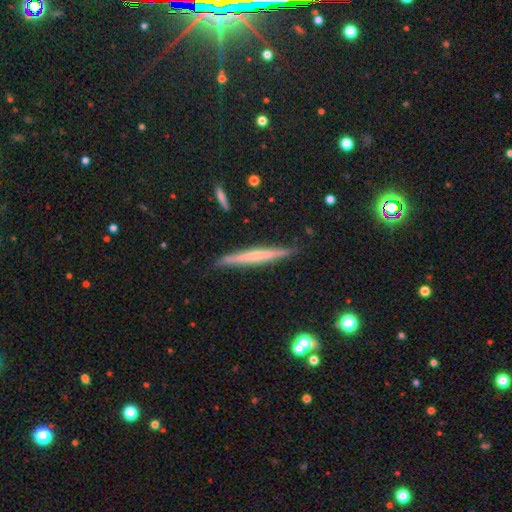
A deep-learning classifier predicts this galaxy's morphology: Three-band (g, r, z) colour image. It shows a featured or disk galaxy (53%) viewed edge-on (96%) with no central bulge (69%). Merging: none (87%).